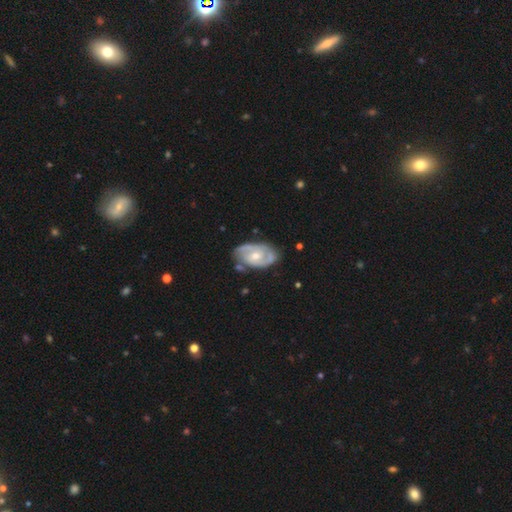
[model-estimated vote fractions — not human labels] A featured or disk galaxy (80%) with no bar (60%), 2 (63%) tight (50%) spiral arms (89%) and a moderate central bulge (58%).

Vote fractions:
- Smooth or featured? featured or disk: 80% / smooth: 15% / star or artifact: 4%
- Edge-on disk? no: 96% / yes: 4%
- Bar? no: 60% / weak: 34% / strong: 6%
- Spiral arms? yes: 89% / no: 11%
- Spiral winding? tight: 50% / medium: 39% / loose: 10%
- Spiral arm count? 2: 63% / can't tell: 19% / 3: 10% / 1: 4% / 4: 2% / more than 4: 2%
- Bulge size? moderate: 58% / small: 36% / large: 3% / none: 2% / dominant: 1%
- Merging? none: 69% / minor disturbance: 22% / major disturbance: 6% / merger: 4%